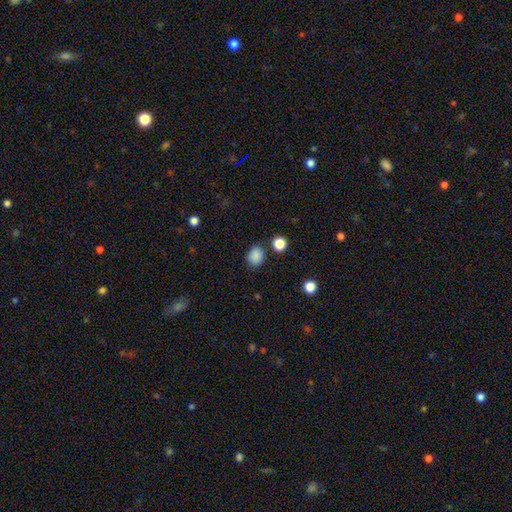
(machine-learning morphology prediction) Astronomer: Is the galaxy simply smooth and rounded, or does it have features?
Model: smooth — 86%.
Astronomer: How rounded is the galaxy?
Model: round — 60% (runner-up: in between, 39%).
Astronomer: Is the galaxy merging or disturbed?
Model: none — 82%.